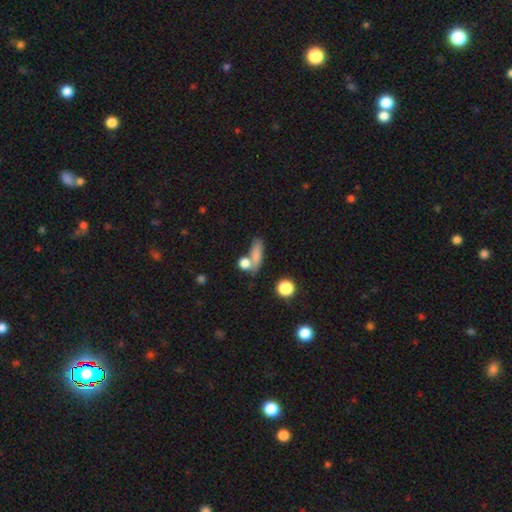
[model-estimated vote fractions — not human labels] A smooth galaxy with no disk features (78%) that is in between round and cigar-shaped (47%).

Vote fractions:
- Smooth or featured? smooth: 78% / featured or disk: 11% / star or artifact: 11%
- How rounded? in between: 47% / cigar-shaped: 35% / round: 18%
- Merging? none: 54% / merger: 24% / minor disturbance: 14% / major disturbance: 7%